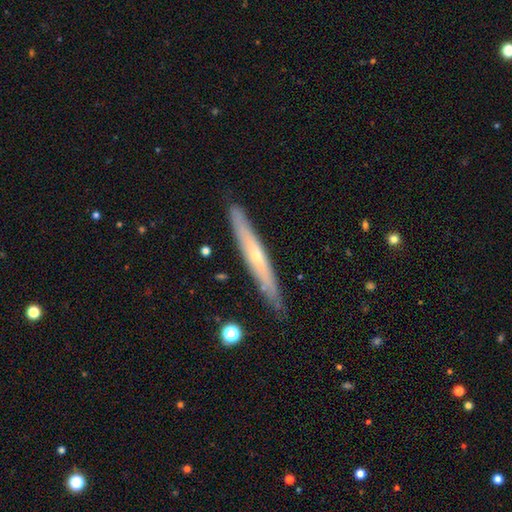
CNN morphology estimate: Smooth or featured?
  - featured or disk: 62% *
  - smooth: 32%
  - star or artifact: 6%
Edge-on disk?
  - yes: 89% *
  - no: 11%
Edge-on bulge?
  - rounded: 60% *
  - none: 38%
  - boxy: 3%
Merging?
  - none: 87% *
  - minor disturbance: 10%
  - major disturbance: 2%
  - merger: 1%